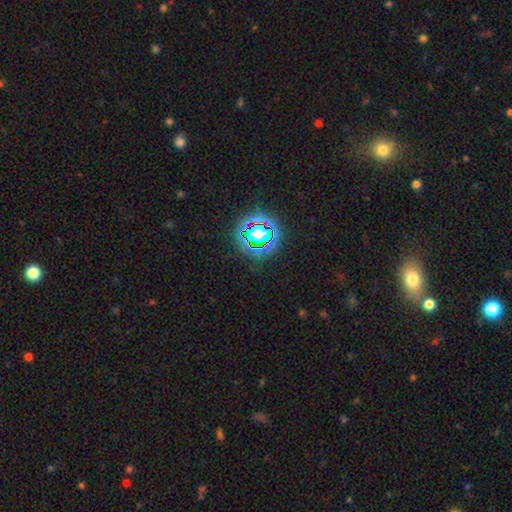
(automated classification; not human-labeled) This is likely a star or artifact rather than a galaxy (75%).